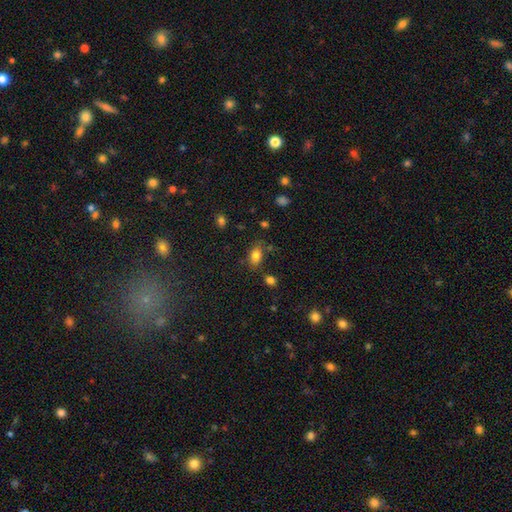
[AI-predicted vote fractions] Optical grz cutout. It shows a smooth galaxy with no disk features (82%) that is in between round and cigar-shaped (83%). Merging: none (72%).